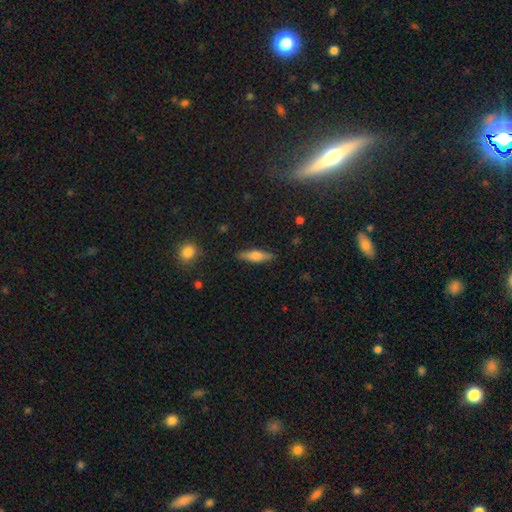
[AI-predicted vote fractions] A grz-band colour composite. It shows a smooth galaxy with no disk features (57%) that is cigar-shaped (63%). Merging: none (87%).